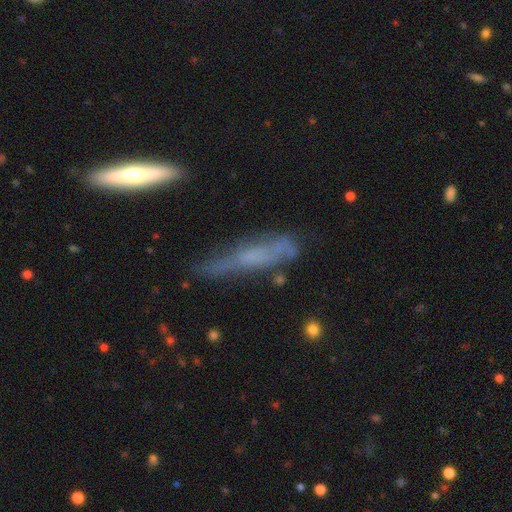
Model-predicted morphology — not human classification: A featured or disk galaxy (52%) viewed edge-on (64%). Merging: none (54%).